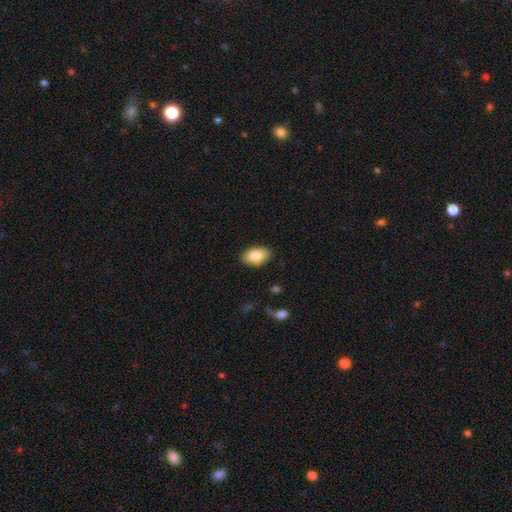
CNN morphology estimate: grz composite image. It shows a smooth galaxy with no disk features (85%) that is in between round and cigar-shaped (92%). Merging: none (85%).